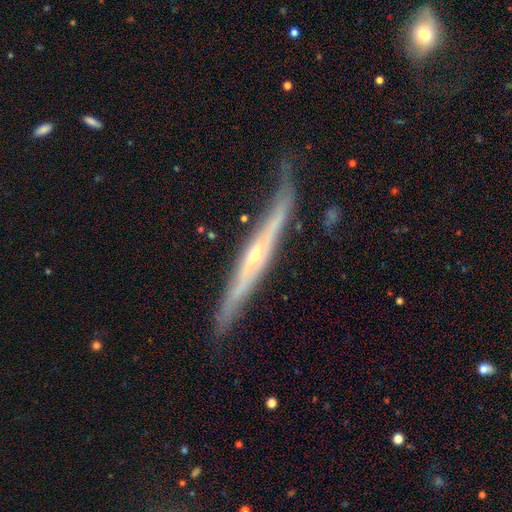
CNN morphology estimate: Q: Smooth or featured?
A: featured or disk (80%); runner-up: smooth (14%)
Q: Edge-on disk?
A: yes (90%); runner-up: no (10%)
Q: Edge-on bulge?
A: rounded (73%); runner-up: none (24%)
Q: Merging?
A: none (69%); runner-up: minor disturbance (23%)